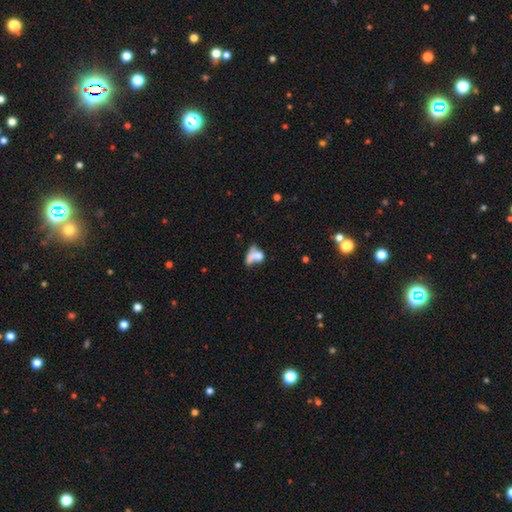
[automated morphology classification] This is likely a smooth galaxy (60%). How rounded: likely in between (63%). Merging: marginally merger (39%).